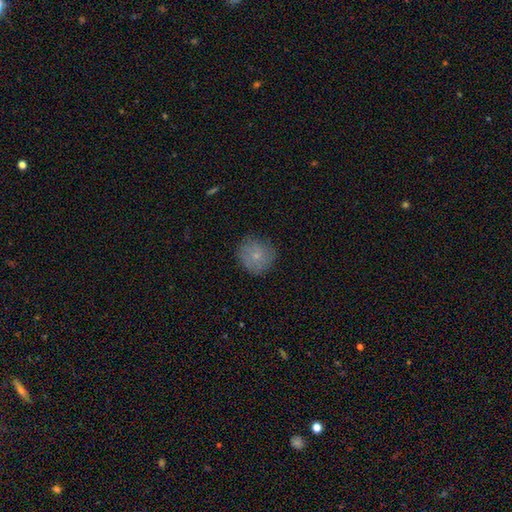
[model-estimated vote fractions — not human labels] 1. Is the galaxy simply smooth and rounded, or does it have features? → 72% smooth, 19% featured or disk, 10% star or artifact.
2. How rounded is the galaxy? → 91% round, 8% in between, 1% cigar-shaped.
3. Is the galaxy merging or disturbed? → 80% none, 15% minor disturbance, 4% major disturbance, 1% merger.